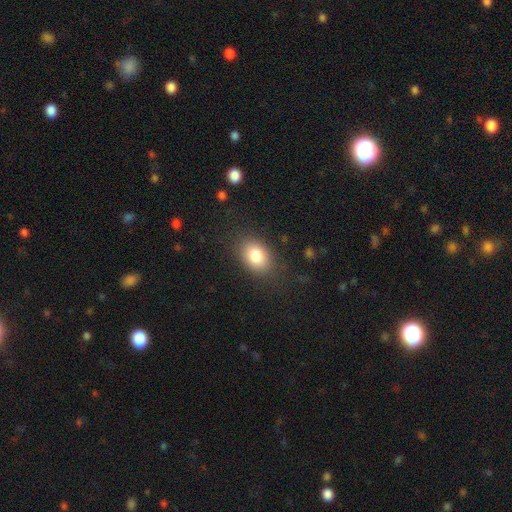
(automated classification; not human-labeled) This is clearly a smooth galaxy (82%). How rounded: likely in between (76%). Merging: clearly none (81%).